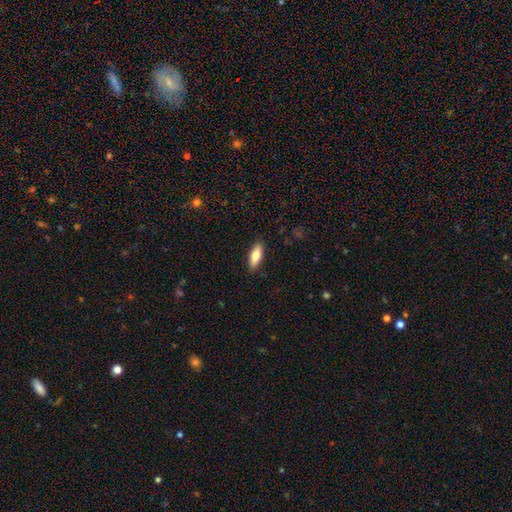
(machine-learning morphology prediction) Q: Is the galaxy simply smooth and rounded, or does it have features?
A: smooth — 75%.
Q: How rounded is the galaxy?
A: in between — 66%.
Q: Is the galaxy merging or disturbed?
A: none — 89%.